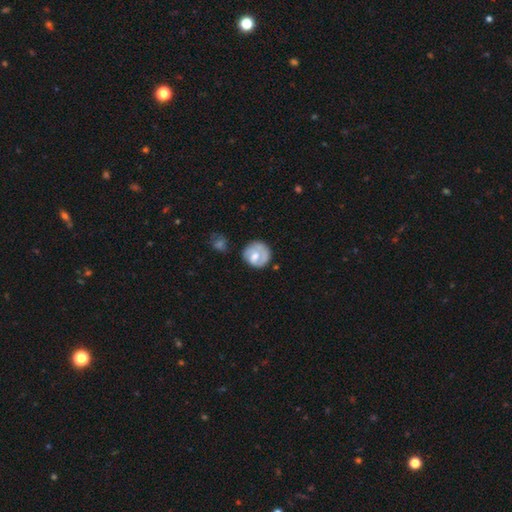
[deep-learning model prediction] Smooth or featured? Predicted: smooth (p=0.47, tied with featured or disk). Merging? Predicted: none (p=0.63).